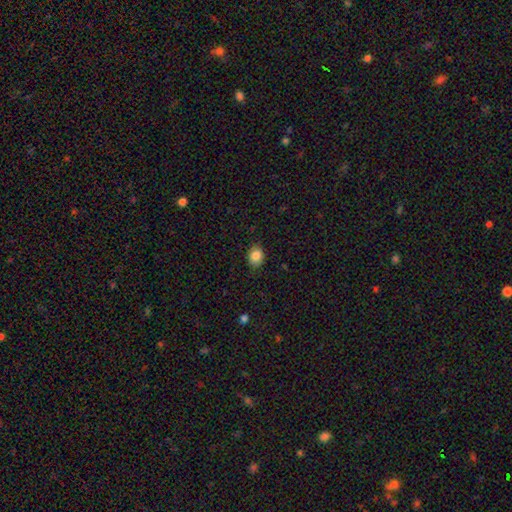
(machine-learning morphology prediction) Smooth or featured: smooth — 86% (star or artifact — 9%)
How rounded: in between — 52% (round — 47%)
Merging: none — 83% (minor disturbance — 13%)